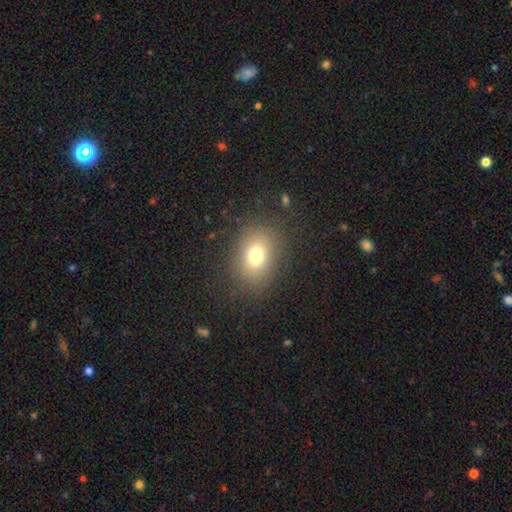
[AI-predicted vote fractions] Smooth or featured? smooth (74%)
How rounded? in between (59%)
Merging? none (83%)